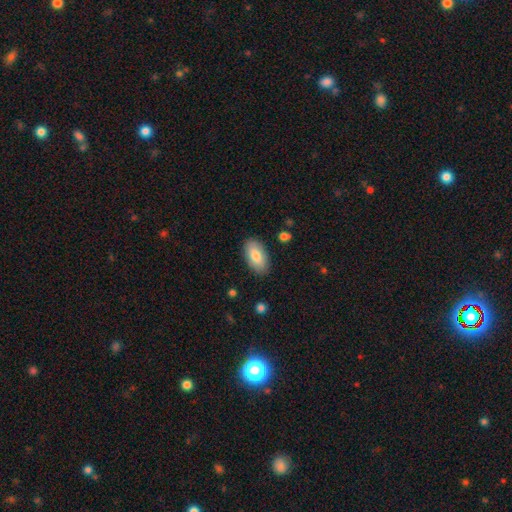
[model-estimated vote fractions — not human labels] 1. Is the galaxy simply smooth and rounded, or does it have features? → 81% smooth, 13% featured or disk, 6% star or artifact.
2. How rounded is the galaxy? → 94% in between, 3% round, 3% cigar-shaped.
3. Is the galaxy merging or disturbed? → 87% none, 10% minor disturbance, 2% major disturbance, 1% merger.